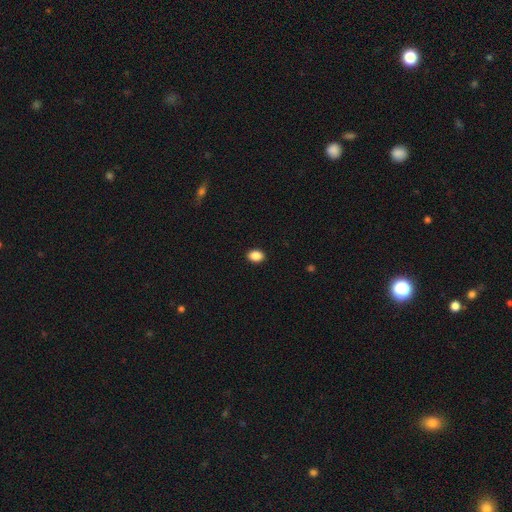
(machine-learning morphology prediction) Smooth or featured? Predicted: smooth (p=0.89). How rounded? Predicted: in between (p=0.70). Merging? Predicted: none (p=0.91).